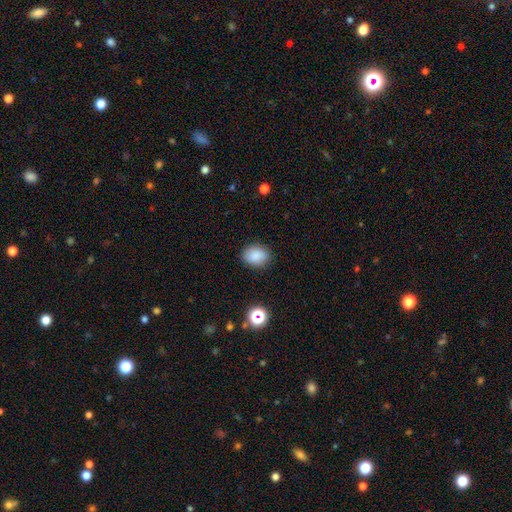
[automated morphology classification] smooth-or-featured: smooth: 86% | star or artifact: 9% | featured or disk: 5%
  how-rounded: in between: 64% | round: 35% | cigar-shaped: 1%
  merging: none: 86% | minor disturbance: 10% | major disturbance: 3% | merger: 1%